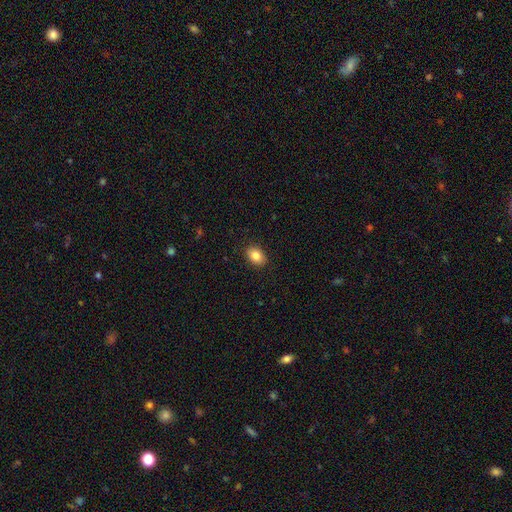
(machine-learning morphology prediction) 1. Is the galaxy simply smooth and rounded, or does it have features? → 85% smooth, 8% star or artifact, 7% featured or disk.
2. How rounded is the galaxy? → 76% in between, 23% round, 1% cigar-shaped.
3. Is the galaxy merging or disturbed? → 89% none, 8% minor disturbance, 2% major disturbance, 1% merger.